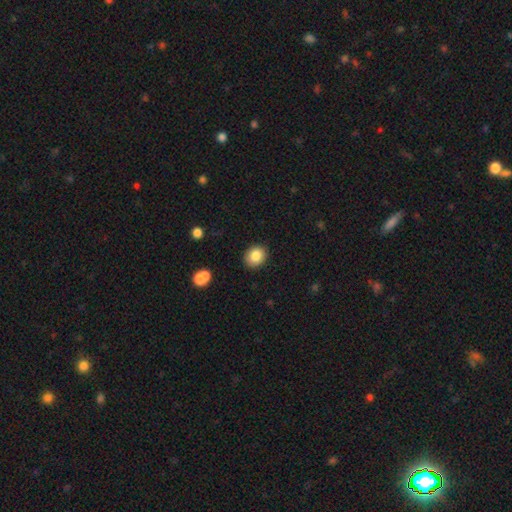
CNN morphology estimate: A smooth galaxy with no disk features (85%) that is round (66%).

Vote fractions:
- Smooth or featured? smooth: 85% / star or artifact: 9% / featured or disk: 6%
- How rounded? round: 66% / in between: 33% / cigar-shaped: 1%
- Merging? none: 88% / minor disturbance: 9% / major disturbance: 2% / merger: 2%